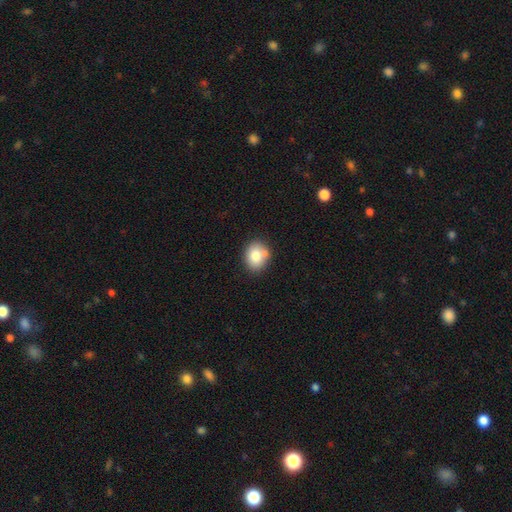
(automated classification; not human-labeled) The model was most divided on "how rounded": round: 56%, in between: 44%, cigar-shaped: 1%. More confident: smooth or featured — smooth (79%); merging — none (66%).